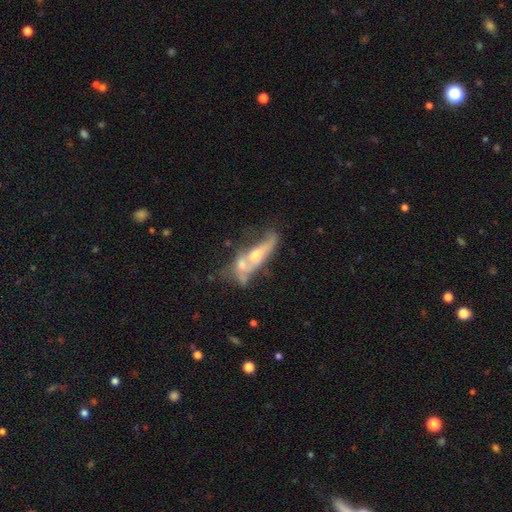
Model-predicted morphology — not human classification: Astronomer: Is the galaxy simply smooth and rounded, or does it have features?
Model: featured or disk — 64%.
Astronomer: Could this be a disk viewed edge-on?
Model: no — 60% (runner-up: yes, 40%).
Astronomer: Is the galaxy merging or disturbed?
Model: merger — 44% (runner-up: none, 22%).